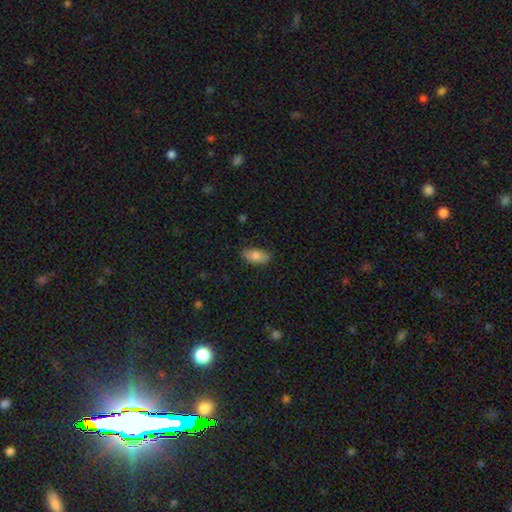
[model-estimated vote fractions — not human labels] This is likely a smooth galaxy (79%). How rounded: clearly in between (91%). Merging: clearly none (84%).